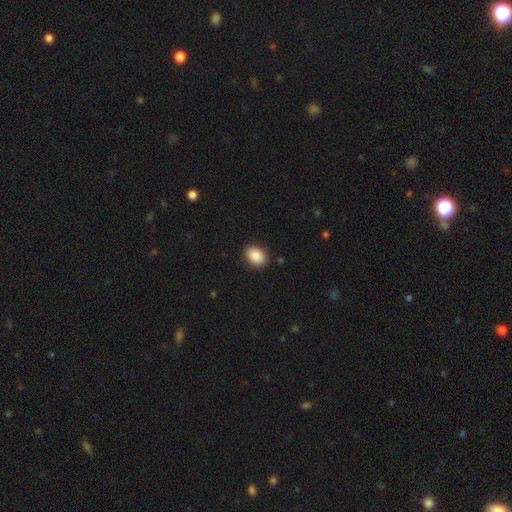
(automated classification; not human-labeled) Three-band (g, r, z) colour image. It shows a smooth galaxy with no disk features (88%) that is in between round and cigar-shaped (77%). Merging: none (89%).